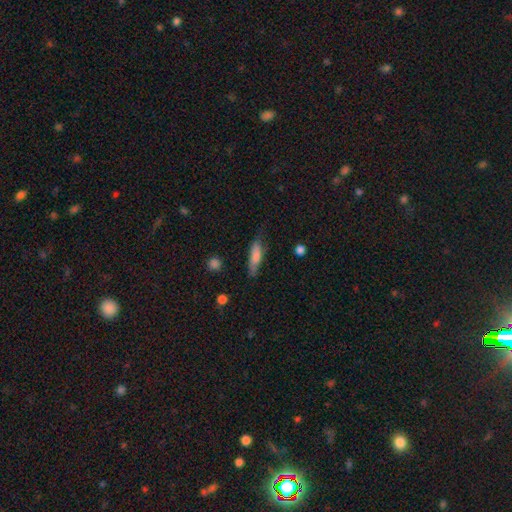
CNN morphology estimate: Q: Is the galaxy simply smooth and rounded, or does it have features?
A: smooth — 77%.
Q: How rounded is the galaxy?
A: cigar-shaped — 65%.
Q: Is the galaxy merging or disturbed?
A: none — 65%.